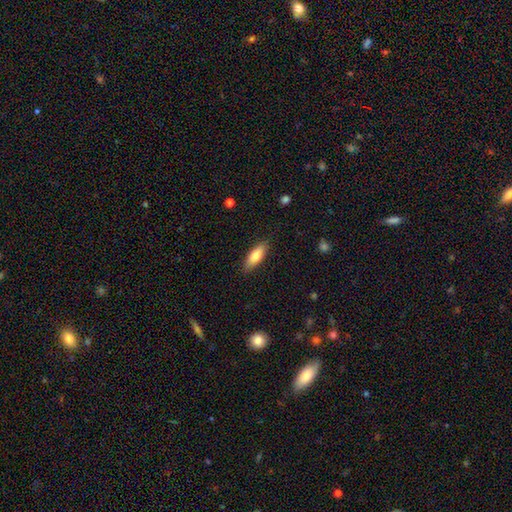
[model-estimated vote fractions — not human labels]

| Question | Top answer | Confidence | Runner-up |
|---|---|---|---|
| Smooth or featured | smooth | 76% | featured or disk (18%) |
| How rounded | in between | 63% | cigar-shaped (35%) |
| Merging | none | 86% | minor disturbance (11%) |